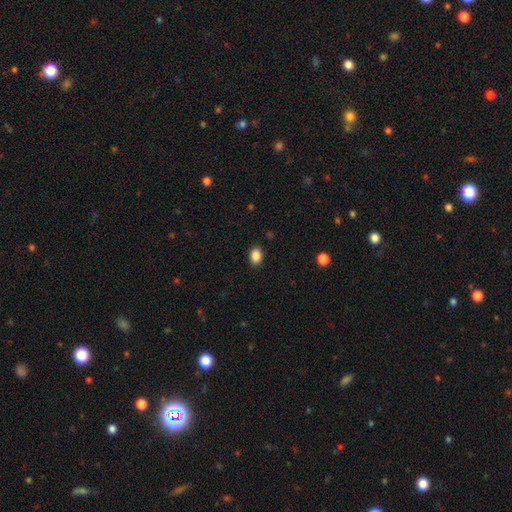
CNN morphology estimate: smooth-or-featured: smooth: 88% | star or artifact: 9% | featured or disk: 3%
  how-rounded: in between: 77% | round: 22% | cigar-shaped: 1%
  merging: none: 88% | minor disturbance: 9% | major disturbance: 2% | merger: 1%